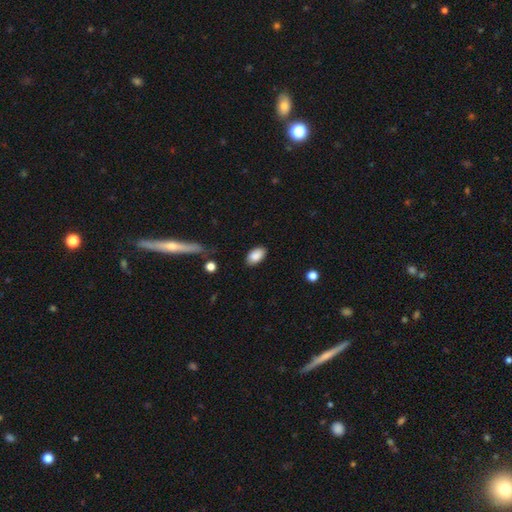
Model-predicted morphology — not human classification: smooth 89%, star or artifact 7%, featured or disk 5%. Down the decision tree: how rounded — in between (93%); merging — none (84%).